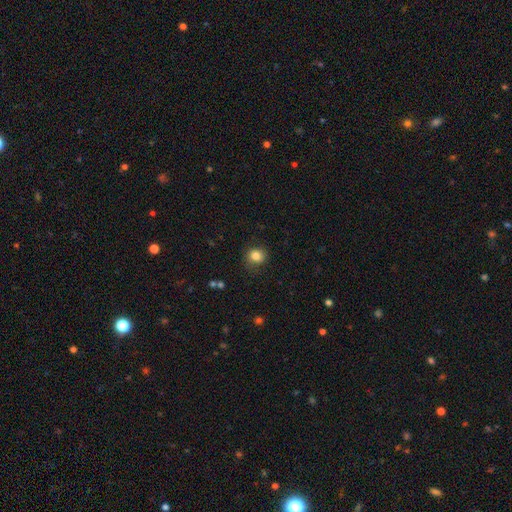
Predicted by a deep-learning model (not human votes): Q: Smooth or featured?
A: smooth (84%); runner-up: star or artifact (10%)
Q: How rounded?
A: round (75%); runner-up: in between (24%)
Q: Merging?
A: none (76%); runner-up: minor disturbance (17%)